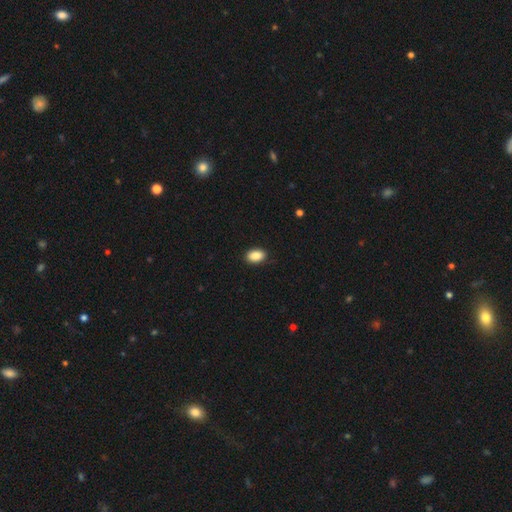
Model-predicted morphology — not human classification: A smooth galaxy with no disk features (89%) that is in between round and cigar-shaped (90%).

Vote fractions:
- Smooth or featured? smooth: 89% / star or artifact: 7% / featured or disk: 4%
- How rounded? in between: 90% / round: 8% / cigar-shaped: 1%
- Merging? none: 88% / minor disturbance: 9% / major disturbance: 2% / merger: 1%